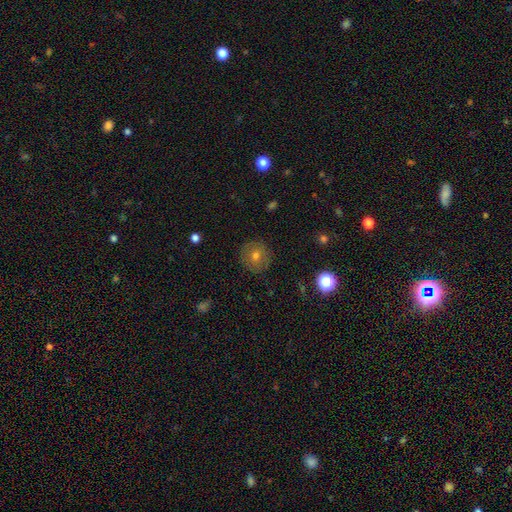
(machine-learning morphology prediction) Overall: smooth (64%). How rounded: round (93%). Merging: none (88%).